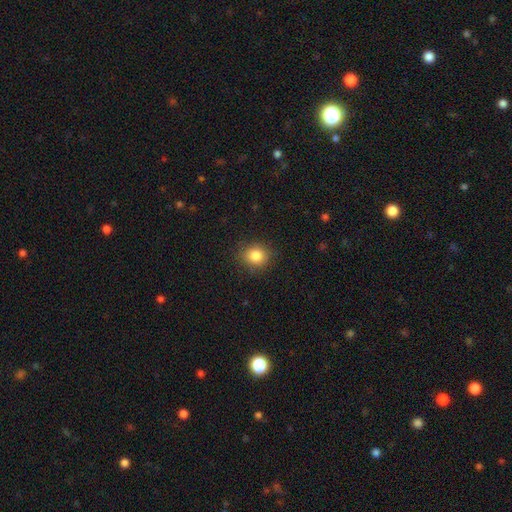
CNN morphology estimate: A smooth galaxy with no disk features (83%) that is round (78%). Merging: none (88%).